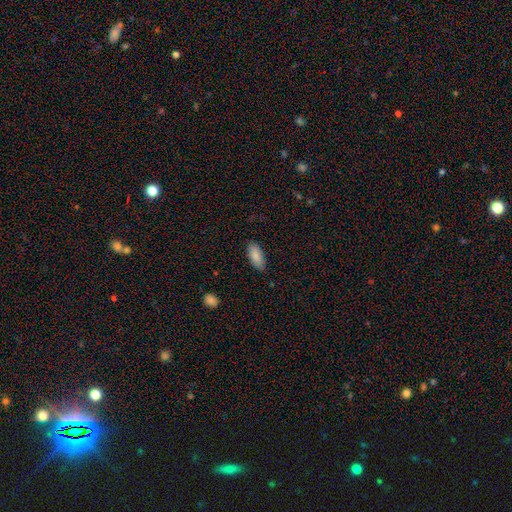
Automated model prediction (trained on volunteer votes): The model was most divided on "merging": none: 82%, minor disturbance: 15%, major disturbance: 2%, merger: 1%. More confident: smooth or featured — smooth (88%); how rounded — in between (85%).